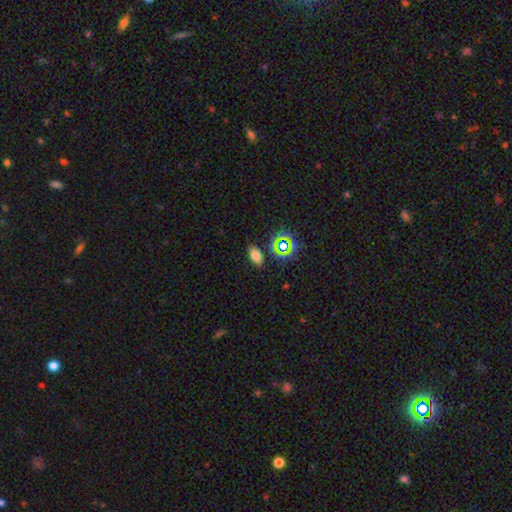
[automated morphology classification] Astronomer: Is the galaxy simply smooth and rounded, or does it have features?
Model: smooth — 71%.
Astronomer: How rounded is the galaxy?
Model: in between — 87%.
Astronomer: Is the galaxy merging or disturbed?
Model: none — 82%.